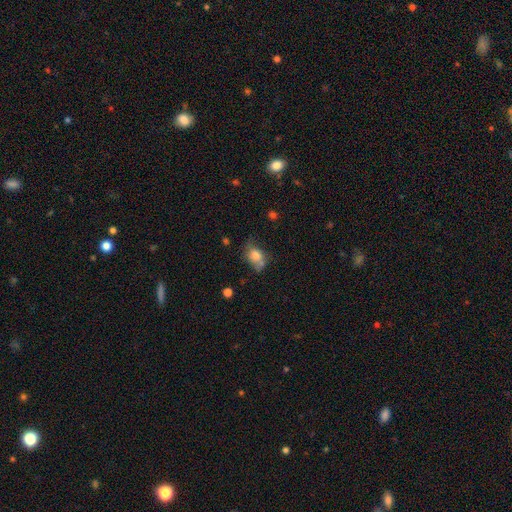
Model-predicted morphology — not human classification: The model was most divided on "merging": none: 39%, minor disturbance: 27%, merger: 20%, major disturbance: 14%. More confident: smooth or featured — smooth (70%); how rounded — in between (68%).